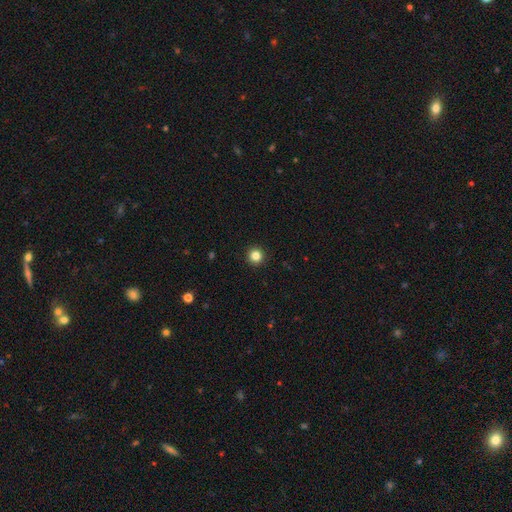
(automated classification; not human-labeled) This appears to be a smooth galaxy with no disk features (84%) that is round (96%). Merging: none (94%).